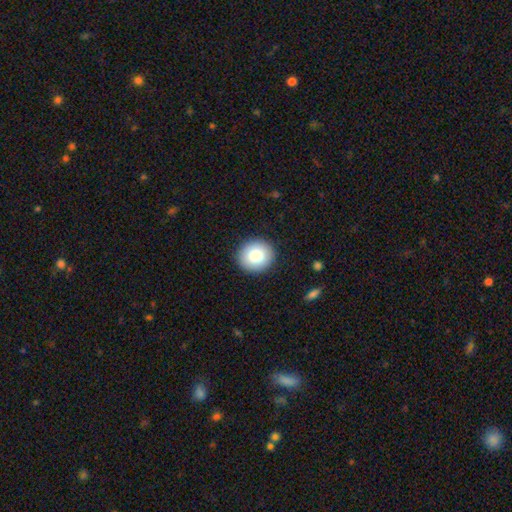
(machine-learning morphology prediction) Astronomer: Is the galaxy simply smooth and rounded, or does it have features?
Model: smooth — 85%.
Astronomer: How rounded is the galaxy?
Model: round — 86%.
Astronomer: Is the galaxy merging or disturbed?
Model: none — 91%.